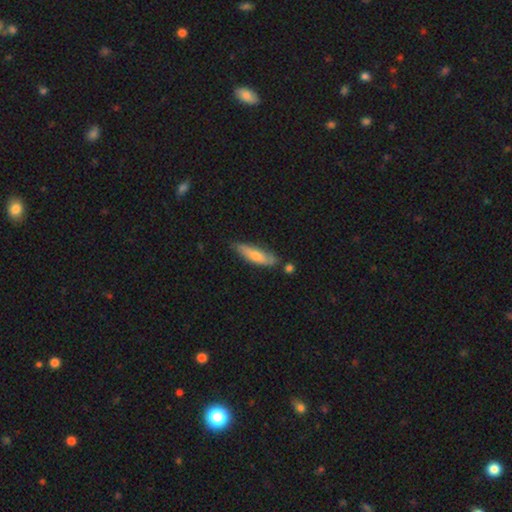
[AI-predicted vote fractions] This is likely a smooth galaxy (61%). How rounded: likely cigar-shaped (68%). Merging: likely none (68%).